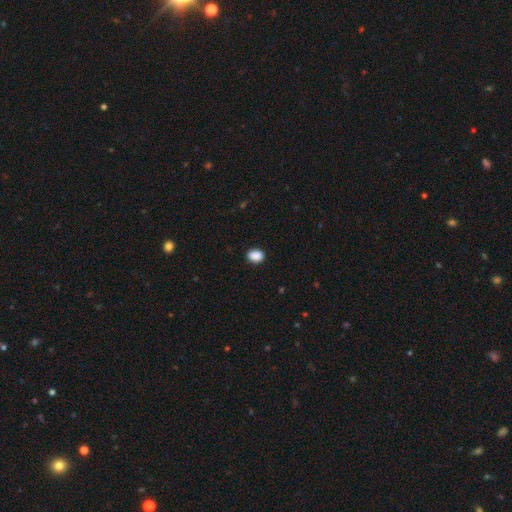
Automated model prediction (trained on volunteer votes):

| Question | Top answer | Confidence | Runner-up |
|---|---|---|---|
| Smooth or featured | smooth | 89% | star or artifact (8%) |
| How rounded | in between | 71% | round (28%) |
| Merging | none | 88% | minor disturbance (9%) |